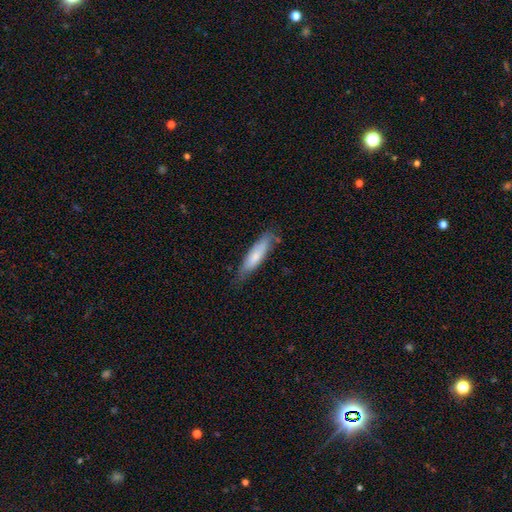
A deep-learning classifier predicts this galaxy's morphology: A smooth galaxy with no disk features (71%) that is cigar-shaped (70%). Merging: none (68%).